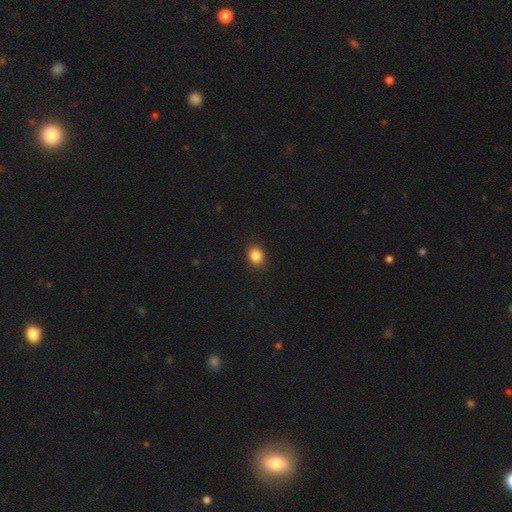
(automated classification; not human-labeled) The model was most divided on "how rounded": round: 52%, in between: 47%, cigar-shaped: 1%. More confident: merging — none (90%); smooth or featured — smooth (86%).